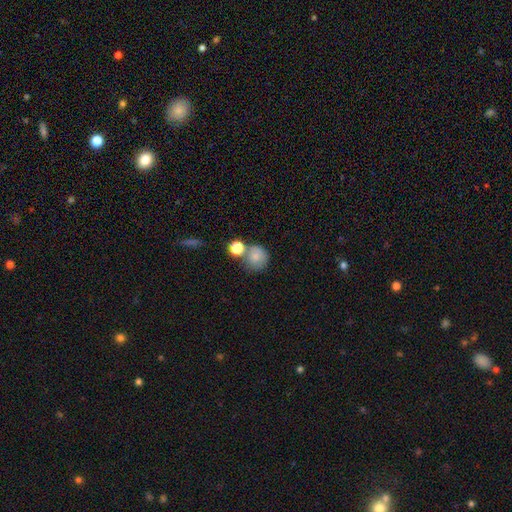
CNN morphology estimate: A smooth galaxy with no disk features (79%) that is round (86%).

Vote fractions:
- Smooth or featured? smooth: 79% / featured or disk: 11% / star or artifact: 10%
- How rounded? round: 86% / in between: 13% / cigar-shaped: 1%
- Merging? none: 49% / merger: 32% / minor disturbance: 13% / major disturbance: 6%